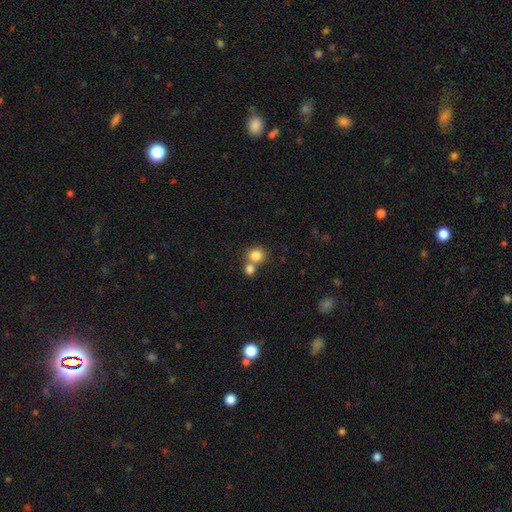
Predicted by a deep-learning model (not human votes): The model was most divided on "merging": none: 48%, merger: 43%, minor disturbance: 6%, major disturbance: 3%. More confident: how rounded — round (84%); smooth or featured — smooth (82%).